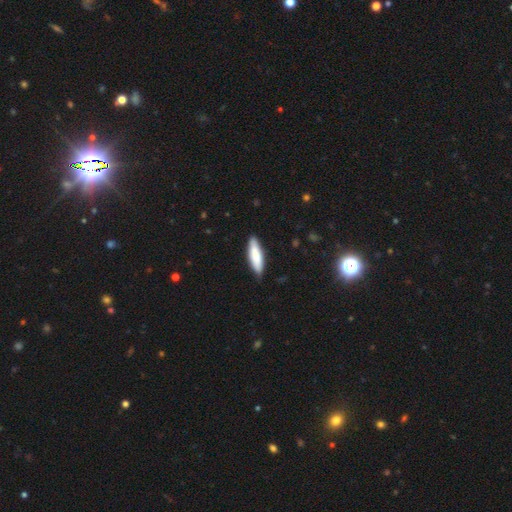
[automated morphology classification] Q: Smooth or featured?
A: smooth (81%); runner-up: featured or disk (14%)
Q: How rounded?
A: cigar-shaped (61%); runner-up: in between (38%)
Q: Merging?
A: none (85%); runner-up: minor disturbance (12%)